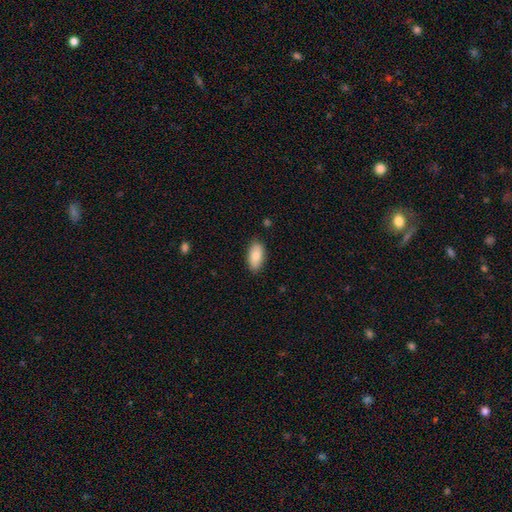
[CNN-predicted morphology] Smooth or featured: smooth — 82% (featured or disk — 11%)
How rounded: in between — 92% (cigar-shaped — 6%)
Merging: none — 86% (minor disturbance — 11%)